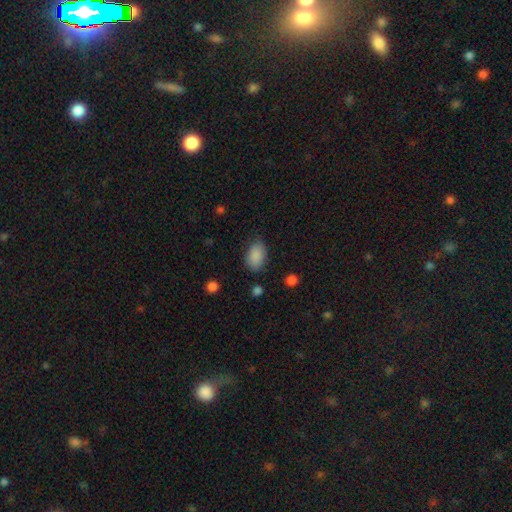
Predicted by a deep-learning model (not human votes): Smooth or featured? Predicted: smooth (p=0.89). How rounded? Predicted: in between (p=0.90). Merging? Predicted: none (p=0.82).